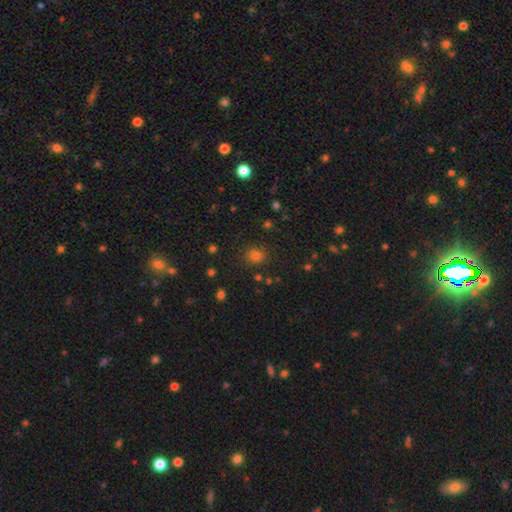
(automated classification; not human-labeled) smooth_or_featured: smooth (p=0.73) [alt: star or artifact p=0.21]
how_rounded: round (p=0.73) [alt: in between p=0.26]
merging: none (p=0.84) [alt: minor disturbance p=0.10]